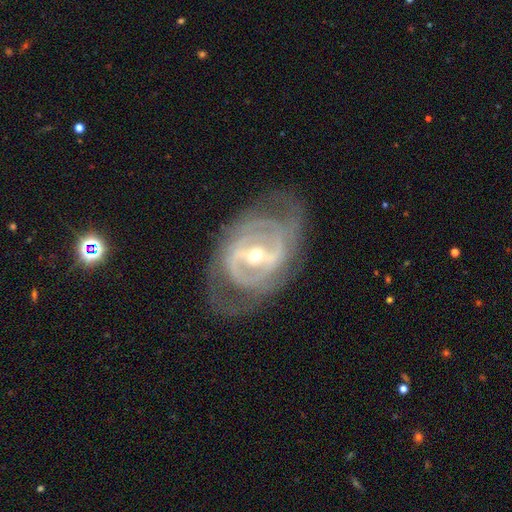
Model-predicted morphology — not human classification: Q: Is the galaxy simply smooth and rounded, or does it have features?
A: featured or disk — 87%.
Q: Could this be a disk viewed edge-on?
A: no — 95%.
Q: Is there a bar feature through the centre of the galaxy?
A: strong — 46%.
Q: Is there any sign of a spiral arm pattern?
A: yes — 85%.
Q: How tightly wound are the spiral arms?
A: tight — 53%.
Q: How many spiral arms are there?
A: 2 — 48%.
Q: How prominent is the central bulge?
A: small — 57%.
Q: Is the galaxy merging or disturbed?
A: none — 65%.